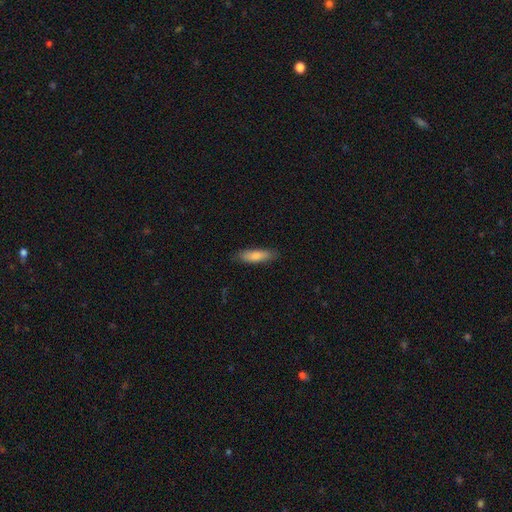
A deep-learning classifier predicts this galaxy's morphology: Overall: smooth (81%). How rounded: cigar-shaped (59%; in between 39%). Merging: none (84%).